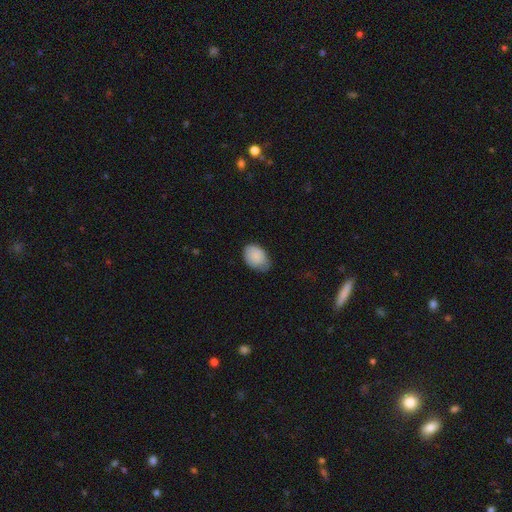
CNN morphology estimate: Smooth or featured: smooth — 85% (featured or disk — 8%)
How rounded: in between — 79% (round — 20%)
Merging: none — 50% (minor disturbance — 41%)